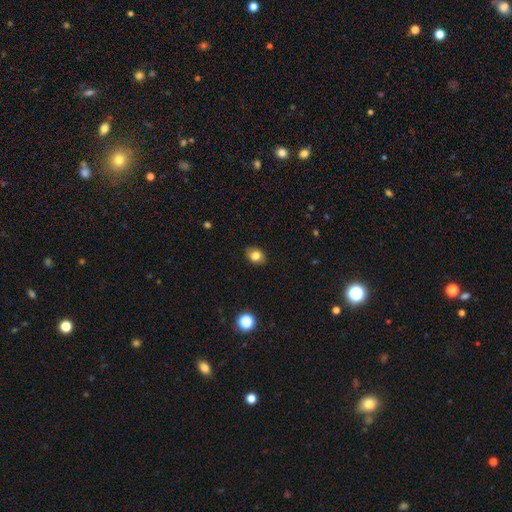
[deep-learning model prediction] Overall: smooth (81%). How rounded: in between (60%; round 38%). Merging: none (85%).